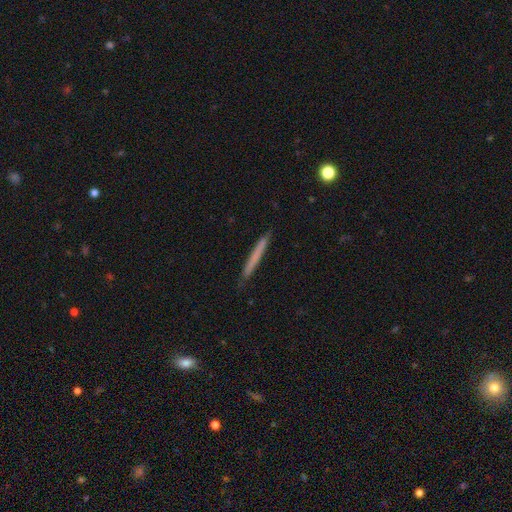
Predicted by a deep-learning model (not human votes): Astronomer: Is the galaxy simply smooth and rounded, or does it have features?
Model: smooth — 66%.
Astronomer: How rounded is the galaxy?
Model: cigar-shaped — 97%.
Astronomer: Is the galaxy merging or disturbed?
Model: none — 90%.